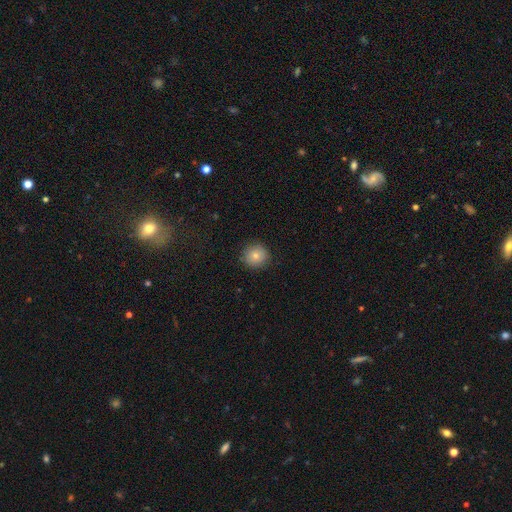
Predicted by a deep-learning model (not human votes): This appears to be a smooth galaxy with no disk features (78%) that is round (92%). Merging: none (88%).